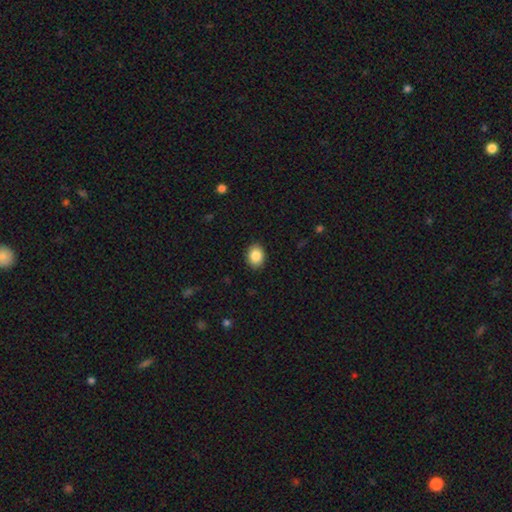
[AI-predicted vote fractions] smooth_or_featured: smooth (p=0.86) [alt: star or artifact p=0.08]
how_rounded: in between (p=0.55) [alt: round p=0.44]
merging: none (p=0.90) [alt: minor disturbance p=0.07]